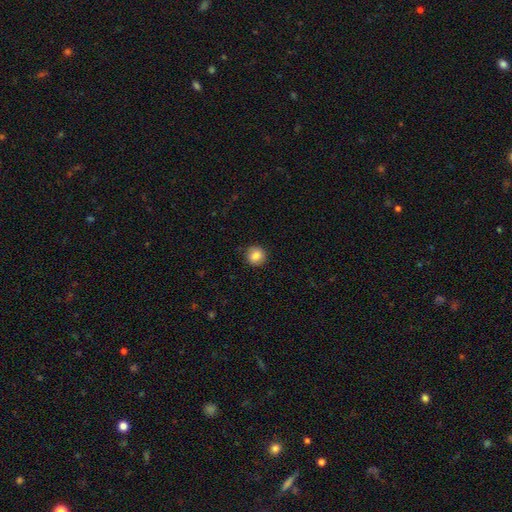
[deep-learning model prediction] Smooth or featured? Predicted: smooth (p=0.85). How rounded? Predicted: round (p=0.89). Merging? Predicted: none (p=0.87).